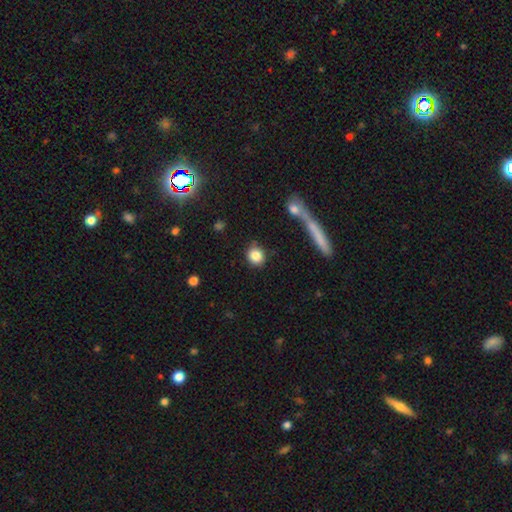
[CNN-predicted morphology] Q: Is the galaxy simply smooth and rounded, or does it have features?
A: smooth — 84%.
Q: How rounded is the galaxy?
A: round — 81%.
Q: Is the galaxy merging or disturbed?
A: none — 81%.